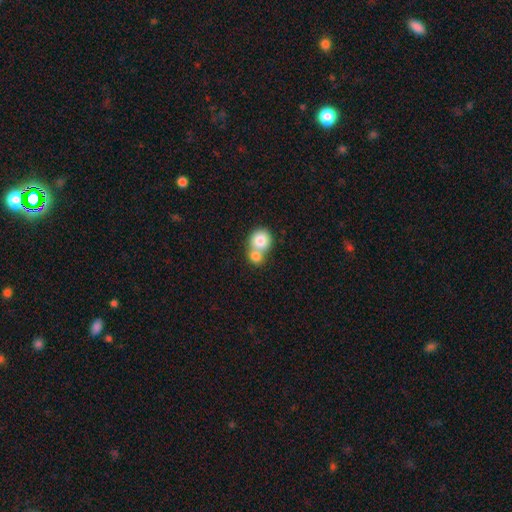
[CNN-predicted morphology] type=smooth (80%); roundness=round (79%); merging=merger (65%).